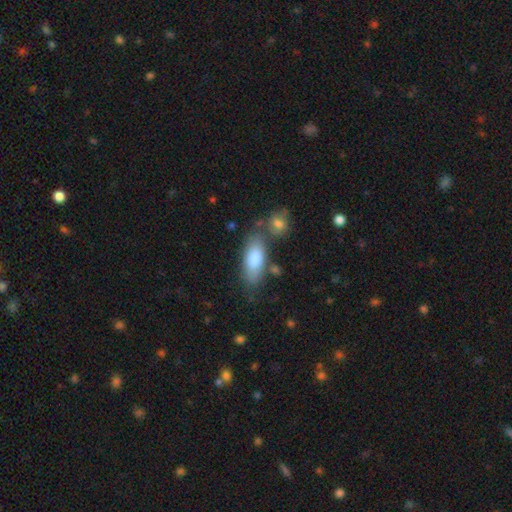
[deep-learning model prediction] A smooth galaxy with no disk features (75%) that is in between round and cigar-shaped (75%).

Vote fractions:
- Smooth or featured? smooth: 75% / featured or disk: 16% / star or artifact: 9%
- How rounded? in between: 75% / cigar-shaped: 22% / round: 3%
- Merging? none: 64% / minor disturbance: 16% / merger: 15% / major disturbance: 5%